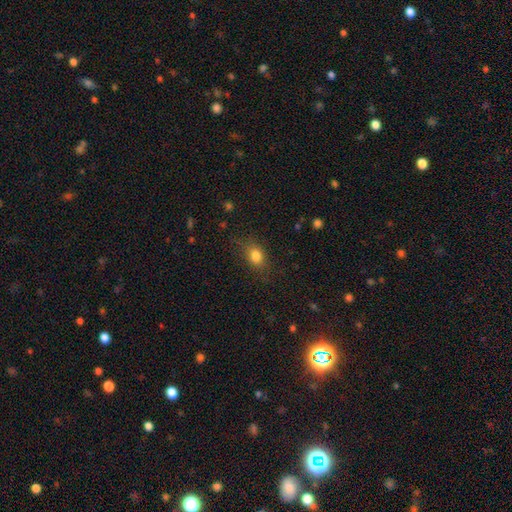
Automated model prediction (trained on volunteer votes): Smooth or featured: smooth — 82% (star or artifact — 11%)
How rounded: in between — 67% (round — 31%)
Merging: none — 78% (minor disturbance — 15%)